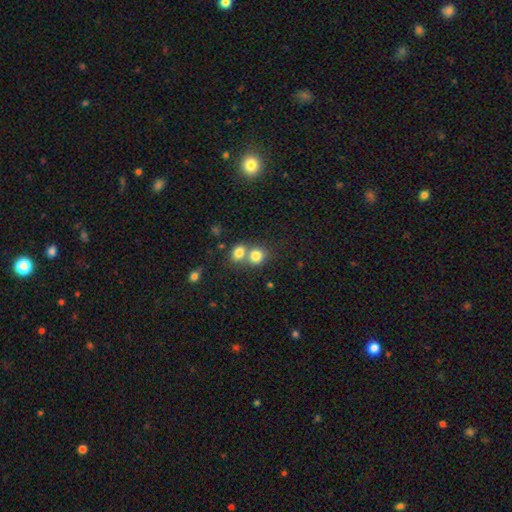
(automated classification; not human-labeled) Smooth or featured: smooth — 81% (star or artifact — 11%)
How rounded: round — 71% (in between — 28%)
Merging: merger — 52% (none — 38%)